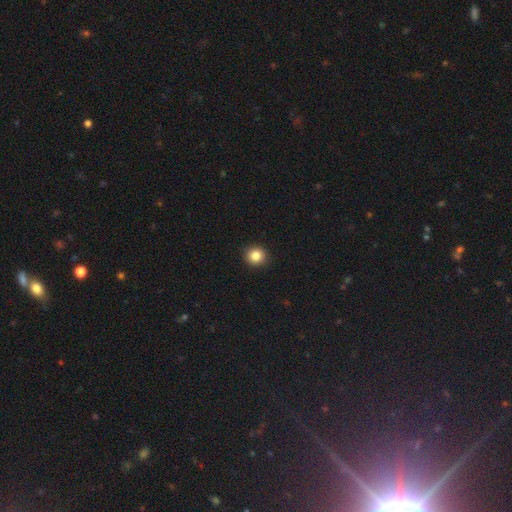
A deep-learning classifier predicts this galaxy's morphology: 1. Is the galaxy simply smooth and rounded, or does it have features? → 85% smooth, 10% star or artifact, 5% featured or disk.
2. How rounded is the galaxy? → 90% round, 9% in between, 1% cigar-shaped.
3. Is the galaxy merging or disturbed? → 93% none, 5% minor disturbance, 2% major disturbance, 1% merger.